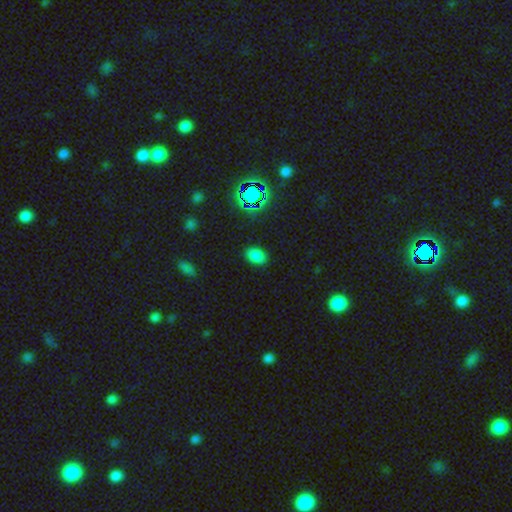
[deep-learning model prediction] smooth_or_featured: smooth (p=0.78) [alt: star or artifact p=0.17]
how_rounded: in between (p=0.83) [alt: round p=0.16]
merging: none (p=0.86) [alt: minor disturbance p=0.10]